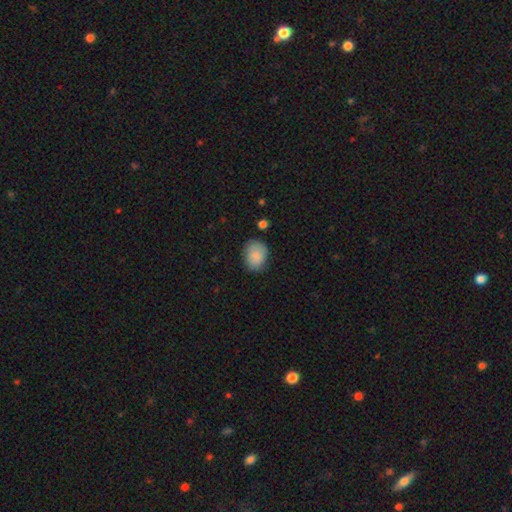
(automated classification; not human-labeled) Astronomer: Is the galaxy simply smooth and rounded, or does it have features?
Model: smooth — 85%.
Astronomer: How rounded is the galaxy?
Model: in between — 57% (runner-up: round, 42%).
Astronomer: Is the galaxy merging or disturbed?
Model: none — 72%.